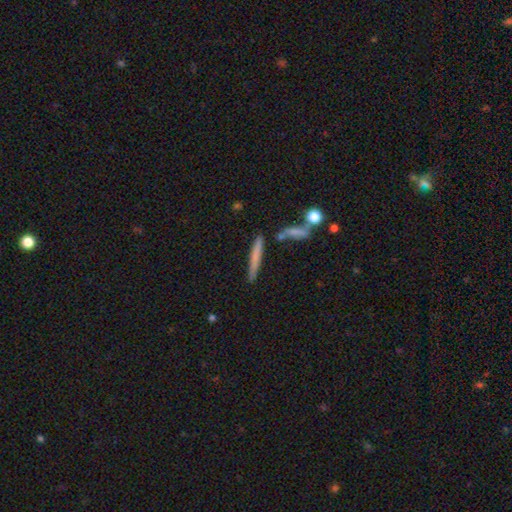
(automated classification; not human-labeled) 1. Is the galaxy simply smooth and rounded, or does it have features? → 63% smooth, 29% featured or disk, 7% star or artifact.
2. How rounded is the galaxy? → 93% cigar-shaped, 5% in between, 2% round.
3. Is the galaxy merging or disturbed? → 73% none, 12% minor disturbance, 11% merger, 4% major disturbance.